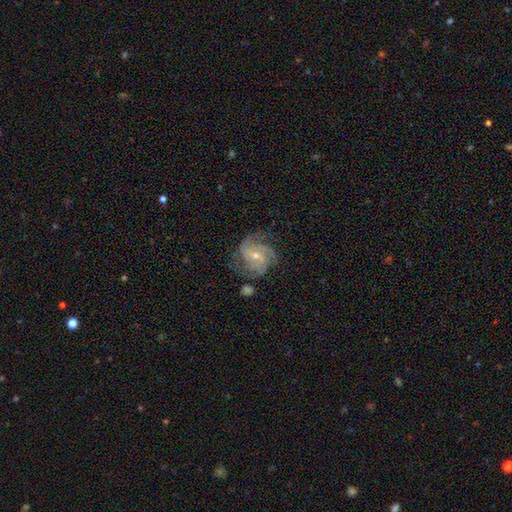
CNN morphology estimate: A featured or disk galaxy (87%) with no bar (63%), 3 (47%) tight (59%) spiral arms (98%) and a small central bulge (56%).

Vote fractions:
- Smooth or featured? featured or disk: 87% / star or artifact: 6% / smooth: 6%
- Edge-on disk? no: 98% / yes: 2%
- Bar? no: 63% / weak: 29% / strong: 8%
- Spiral arms? yes: 98% / no: 2%
- Spiral winding? tight: 59% / medium: 34% / loose: 6%
- Spiral arm count? 3: 47% / 4: 20% / 2: 12% / can't tell: 11% / more than 4: 5% / 1: 5%
- Bulge size? small: 56% / moderate: 41% / large: 1% / none: 1% / dominant: 1%
- Merging? none: 72% / minor disturbance: 18% / major disturbance: 7% / merger: 3%